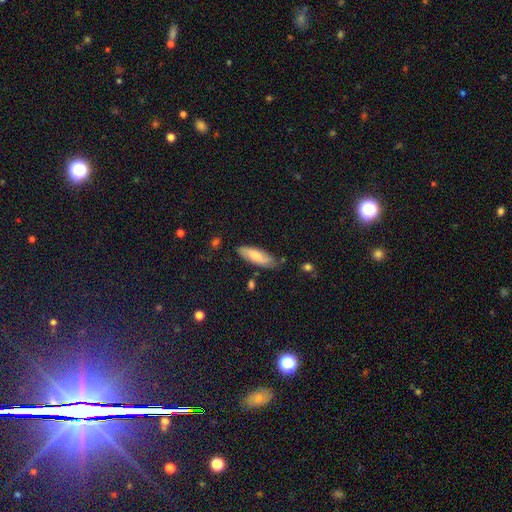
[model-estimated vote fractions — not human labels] The model was most divided on "how rounded": in between: 59%, cigar-shaped: 39%, round: 2%. More confident: merging — none (74%); smooth or featured — smooth (71%).